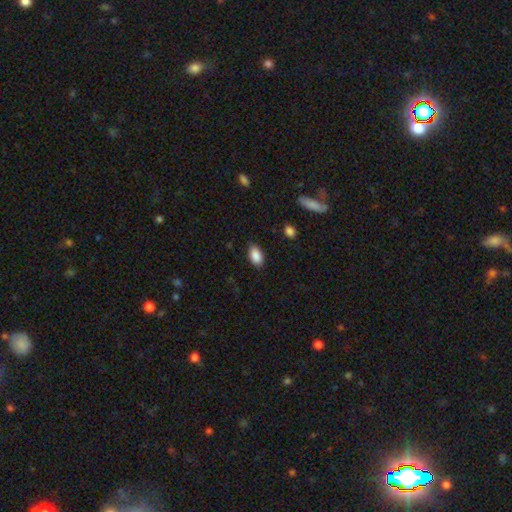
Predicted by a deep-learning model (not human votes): Smooth or featured? smooth (89%)
How rounded? in between (92%)
Merging? none (86%)